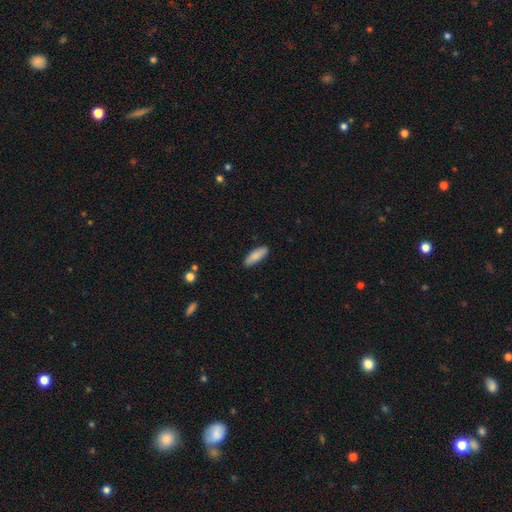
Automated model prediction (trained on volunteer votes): A smooth galaxy with no disk features (87%) that is in between round and cigar-shaped (57%). Merging: none (88%).